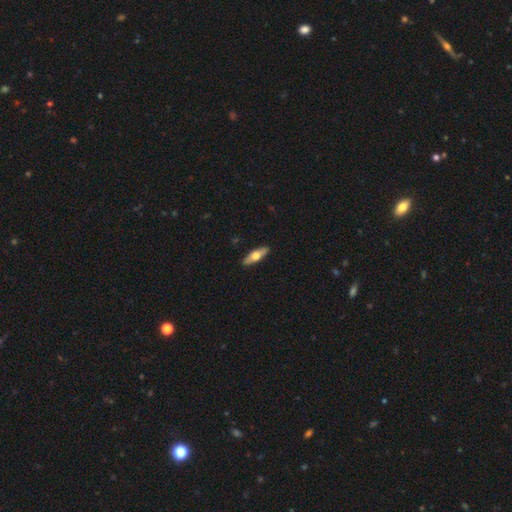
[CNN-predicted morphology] Q: Smooth or featured?
A: smooth (54%); runner-up: featured or disk (41%)
Q: How rounded?
A: in between (53%); runner-up: cigar-shaped (44%)
Q: Merging?
A: none (90%); runner-up: minor disturbance (8%)